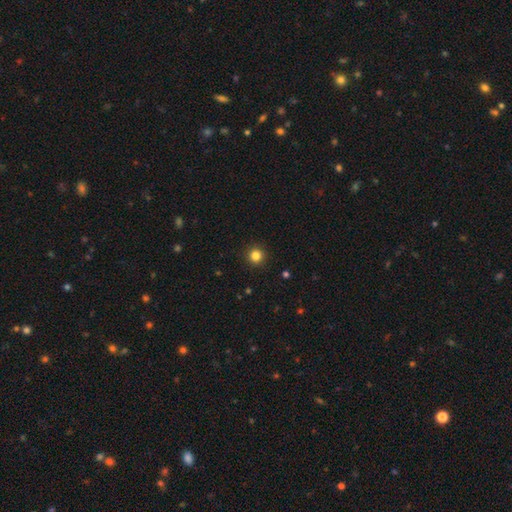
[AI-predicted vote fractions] smooth_or_featured: smooth (p=0.84) [alt: star or artifact p=0.12]
how_rounded: round (p=0.95) [alt: in between p=0.04]
merging: none (p=0.93) [alt: minor disturbance p=0.05]